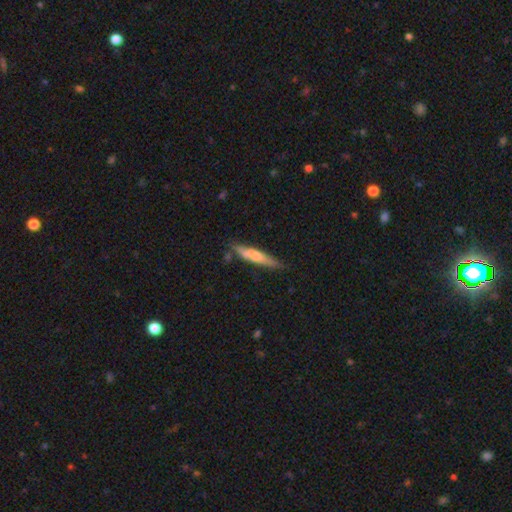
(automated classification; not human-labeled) Smooth or featured?
  - smooth: 57% *
  - featured or disk: 38%
  - star or artifact: 6%
How rounded?
  - cigar-shaped: 88% *
  - in between: 11%
  - round: 2%
Merging?
  - none: 72% *
  - minor disturbance: 20%
  - merger: 4%
  - major disturbance: 4%